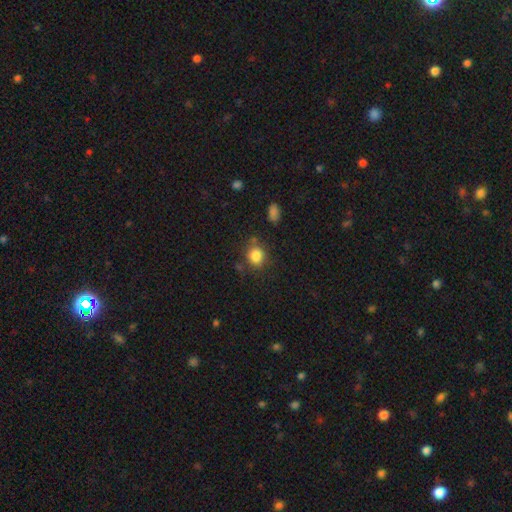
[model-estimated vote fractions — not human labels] Smooth or featured? Predicted: smooth (p=0.84). How rounded? Predicted: round (p=0.72). Merging? Predicted: none (p=0.74).